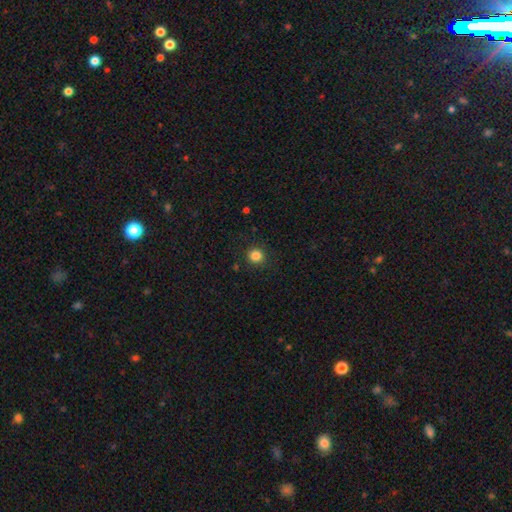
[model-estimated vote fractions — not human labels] The model was most divided on "smooth or featured": smooth: 85%, star or artifact: 12%, featured or disk: 4%. More confident: how rounded — round (92%); merging — none (90%).